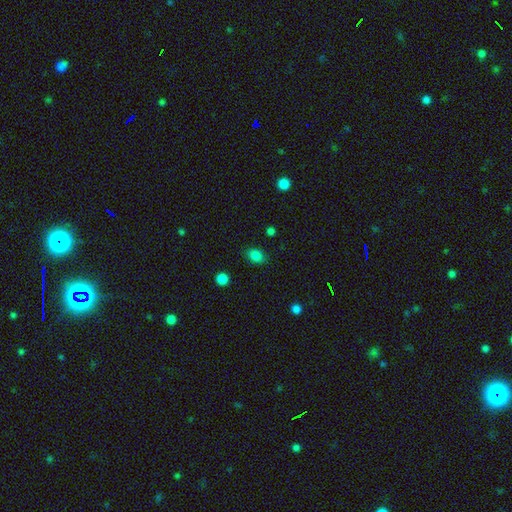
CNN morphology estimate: smooth-or-featured: smooth: 84% | star or artifact: 12% | featured or disk: 4%
  how-rounded: in between: 62% | round: 37% | cigar-shaped: 1%
  merging: none: 84% | minor disturbance: 12% | major disturbance: 3% | merger: 1%